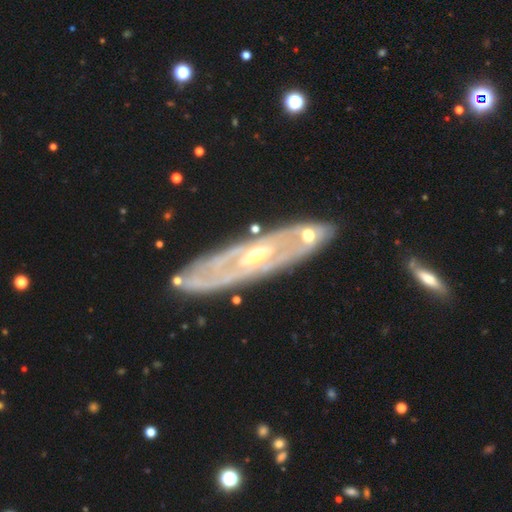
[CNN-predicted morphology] Smooth or featured: featured or disk — 84% (smooth — 11%)
Edge-on disk: no — 75% (yes — 25%)
Bar: no — 57% (weak — 29%)
Spiral arms: yes — 70% (no — 30%)
Bulge size: small — 53% (moderate — 41%)
Merging: none — 78% (minor disturbance — 13%)